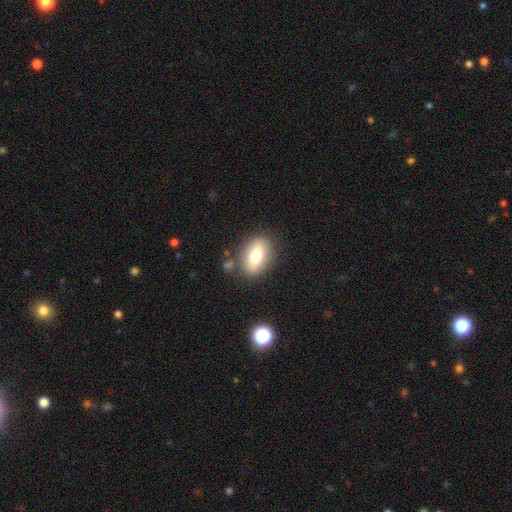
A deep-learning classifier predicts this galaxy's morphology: Q: Smooth or featured?
A: smooth (74%); runner-up: featured or disk (19%)
Q: How rounded?
A: in between (84%); runner-up: round (11%)
Q: Merging?
A: none (80%); runner-up: minor disturbance (12%)